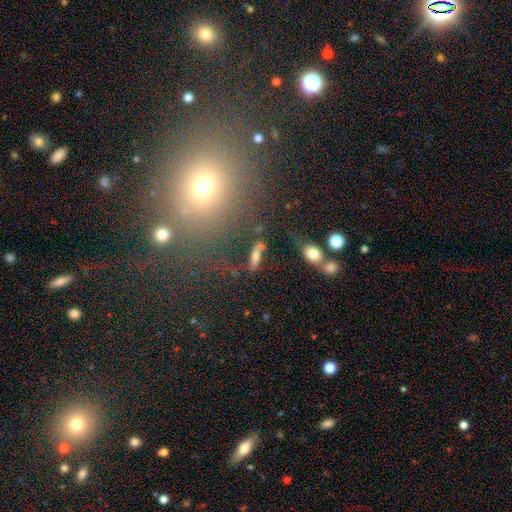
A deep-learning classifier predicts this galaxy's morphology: type=smooth (62%); roundness=cigar-shaped (47%); merging=none (66%).